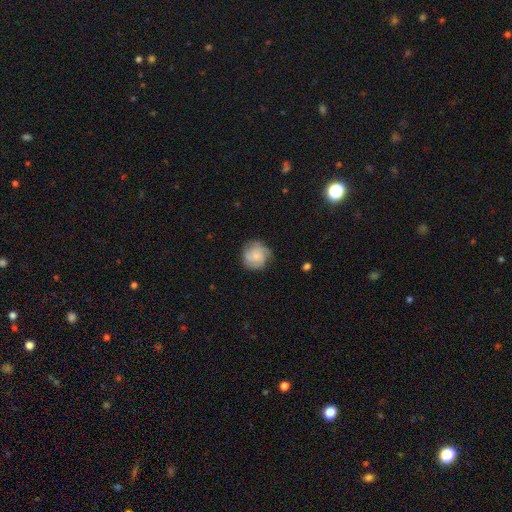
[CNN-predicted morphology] A featured or disk galaxy (53%) with no bar (76%), spiral arms (89%) and a small central bulge (53%).

Vote fractions:
- Smooth or featured? featured or disk: 53% / smooth: 40% / star or artifact: 8%
- Edge-on disk? no: 98% / yes: 2%
- Bar? no: 76% / weak: 21% / strong: 3%
- Spiral arms? yes: 89% / no: 11%
- Bulge size? small: 53% / moderate: 29% / none: 14% / large: 4% / dominant: 1%
- Merging? none: 74% / minor disturbance: 18% / major disturbance: 6% / merger: 1%